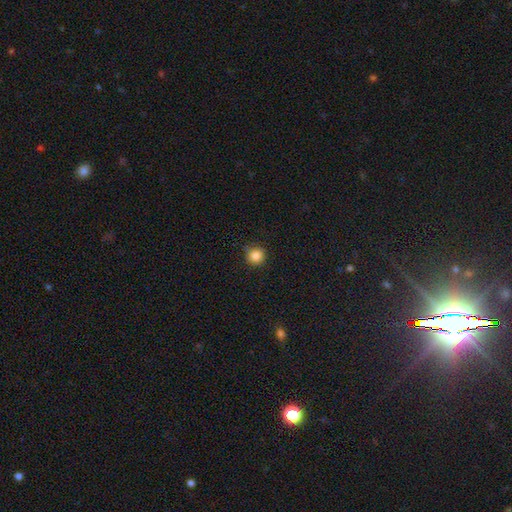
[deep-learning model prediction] Smooth or featured: smooth — 85% (star or artifact — 11%)
How rounded: round — 93% (in between — 6%)
Merging: none — 84% (minor disturbance — 12%)